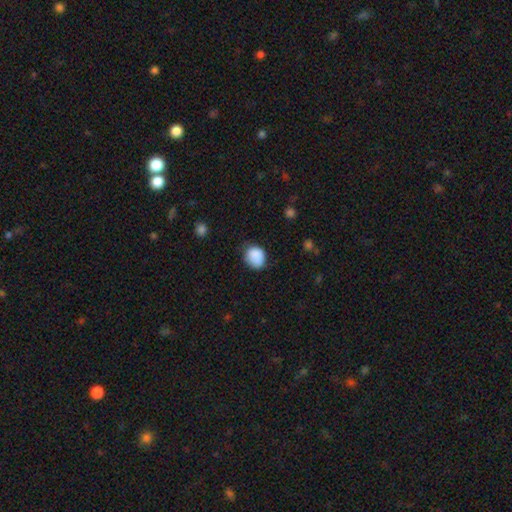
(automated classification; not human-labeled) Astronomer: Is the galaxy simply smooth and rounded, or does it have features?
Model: smooth — 88%.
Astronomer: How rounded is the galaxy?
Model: round — 64%.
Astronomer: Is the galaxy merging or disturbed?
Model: none — 67%.